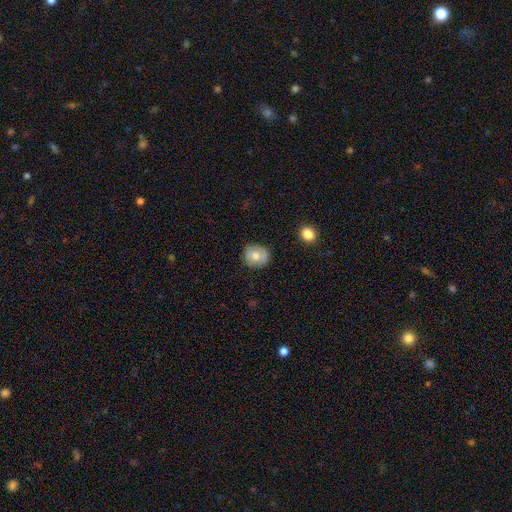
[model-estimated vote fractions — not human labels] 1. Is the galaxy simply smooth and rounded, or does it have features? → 68% smooth, 24% featured or disk, 8% star or artifact.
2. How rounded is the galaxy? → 79% round, 20% in between, 1% cigar-shaped.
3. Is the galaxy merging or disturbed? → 81% none, 15% minor disturbance, 3% major disturbance, 1% merger.